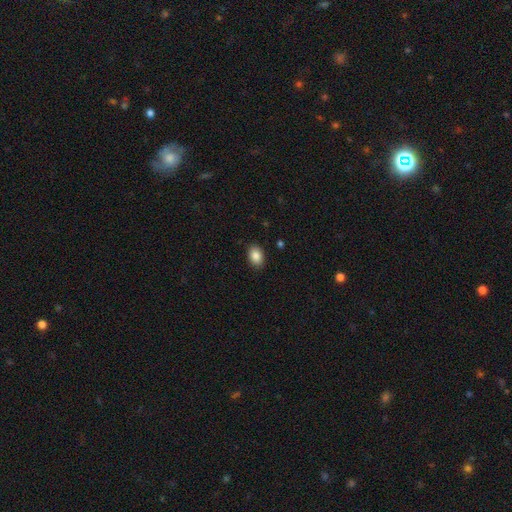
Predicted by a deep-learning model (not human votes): Overall: smooth (87%). How rounded: in between (83%). Merging: none (89%).